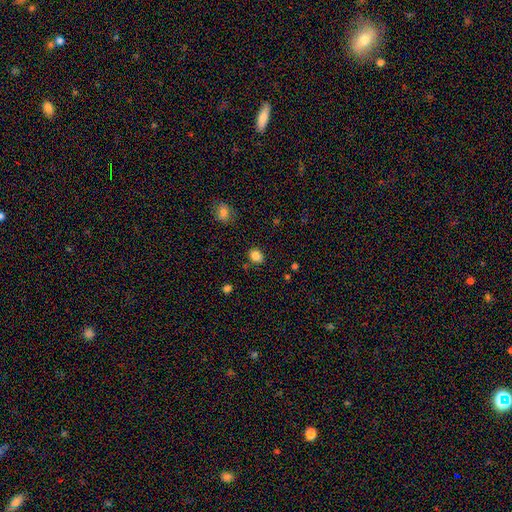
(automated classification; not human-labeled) This is clearly a smooth galaxy (85%). How rounded: possibly in between (53%). Merging: clearly none (80%).